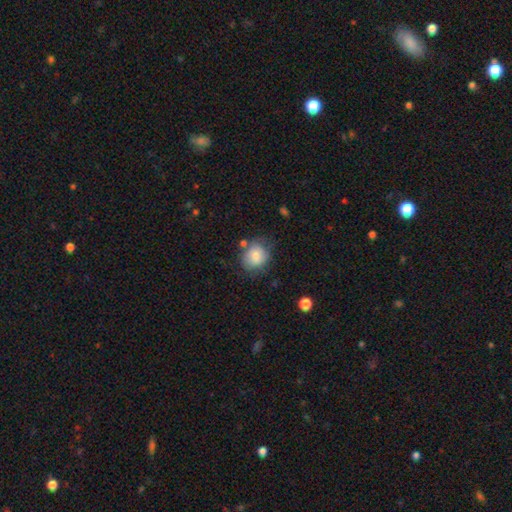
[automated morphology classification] This appears to be a smooth galaxy with no disk features (79%) that is round (72%). Merging: none (66%).